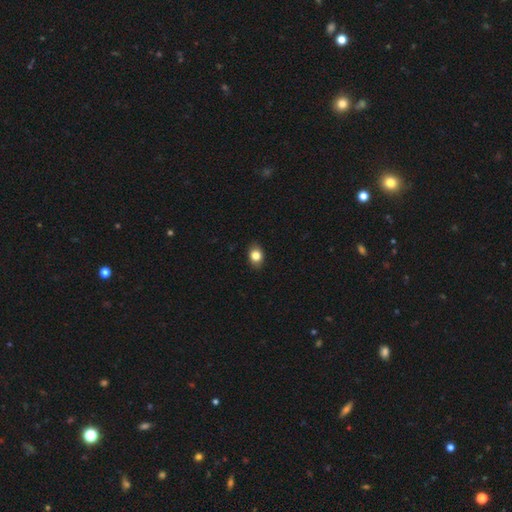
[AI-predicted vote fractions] Overall: smooth (83%). How rounded: in between (66%; round 33%). Merging: none (88%).